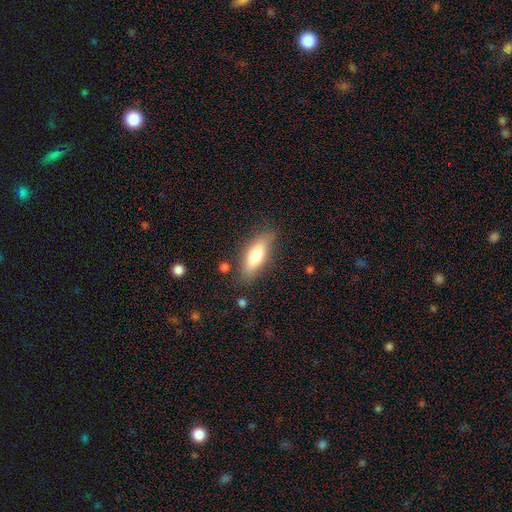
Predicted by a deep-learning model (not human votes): Overall: smooth (71%). How rounded: in between (65%; cigar-shaped 32%). Merging: none (79%).